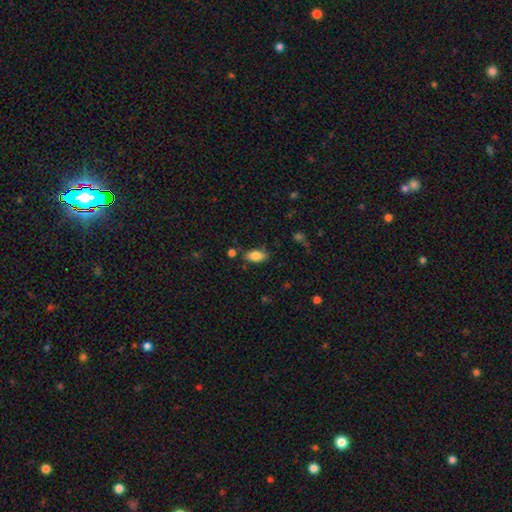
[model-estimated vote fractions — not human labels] smooth 84%, featured or disk 9%, star or artifact 8%. Down the decision tree: how rounded — in between (91%); merging — none (80%).